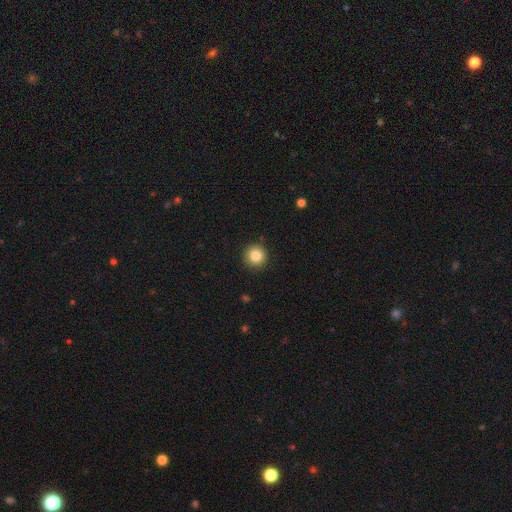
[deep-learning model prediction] This is clearly a smooth galaxy (84%). How rounded: clearly round (95%). Merging: clearly none (91%).